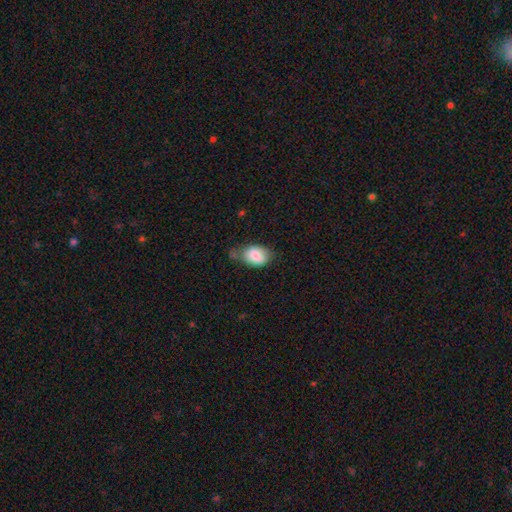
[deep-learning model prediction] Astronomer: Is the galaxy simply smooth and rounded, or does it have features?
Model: smooth — 81%.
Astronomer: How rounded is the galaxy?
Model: in between — 83%.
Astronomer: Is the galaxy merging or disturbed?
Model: none — 50% (runner-up: minor disturbance, 33%).